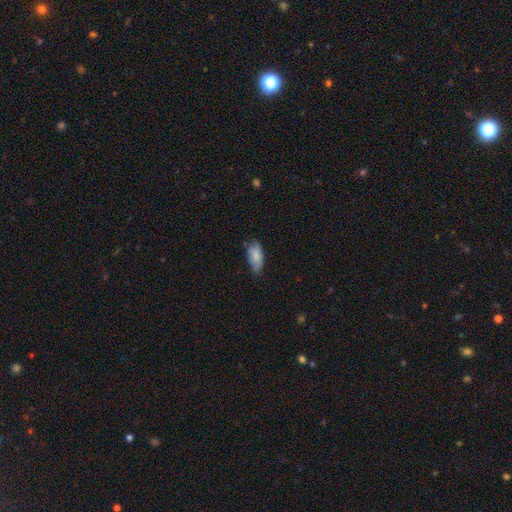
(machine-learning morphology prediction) Smooth or featured? smooth (82%)
How rounded? in between (90%)
Merging? none (64%)